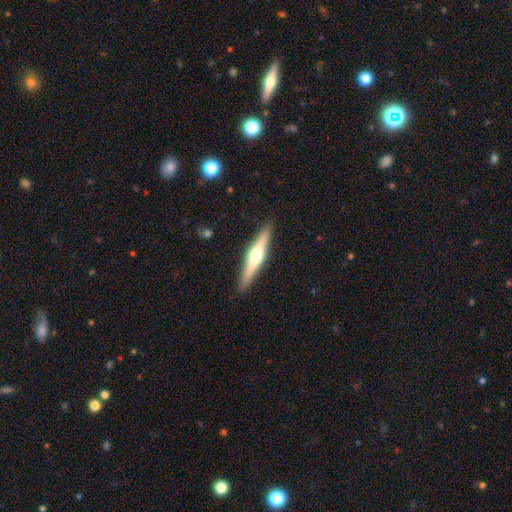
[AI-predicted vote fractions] Morphology: type=featured or disk (63%); edge-on=yes (96%); edge-on bulge=rounded (91%); merging=none (90%).